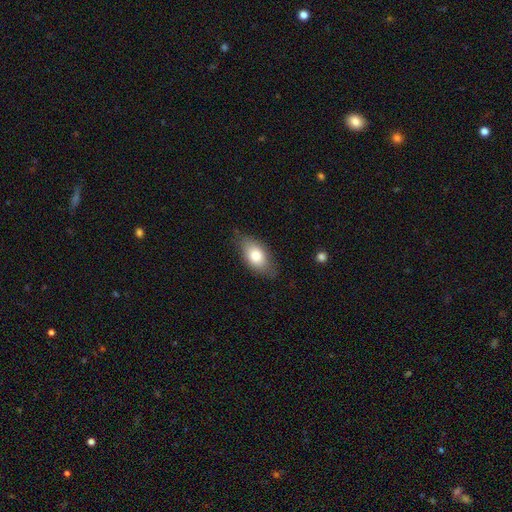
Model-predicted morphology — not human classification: Smooth or featured? Predicted: smooth (p=0.76). How rounded? Predicted: in between (p=0.90). Merging? Predicted: none (p=0.77).